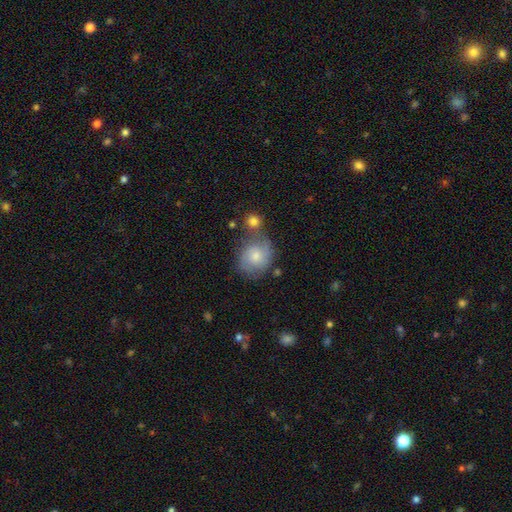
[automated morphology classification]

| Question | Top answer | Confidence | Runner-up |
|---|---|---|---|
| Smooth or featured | smooth | 53% | featured or disk (39%) |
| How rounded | round | 72% | in between (27%) |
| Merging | none | 49% | merger (21%) |